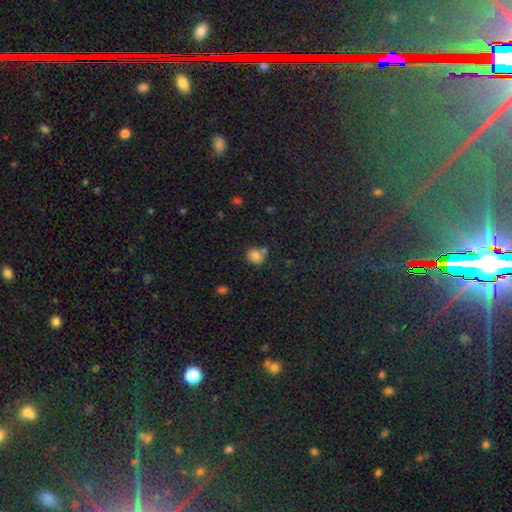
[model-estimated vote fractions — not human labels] Smooth or featured? smooth (80%)
How rounded? round (70%)
Merging? none (54%)